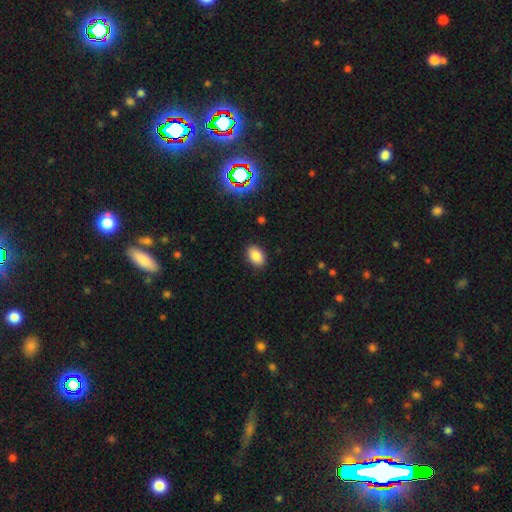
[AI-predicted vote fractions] smooth_or_featured: smooth (p=0.84) [alt: star or artifact p=0.11]
how_rounded: in between (p=0.86) [alt: round p=0.13]
merging: none (p=0.88) [alt: minor disturbance p=0.08]